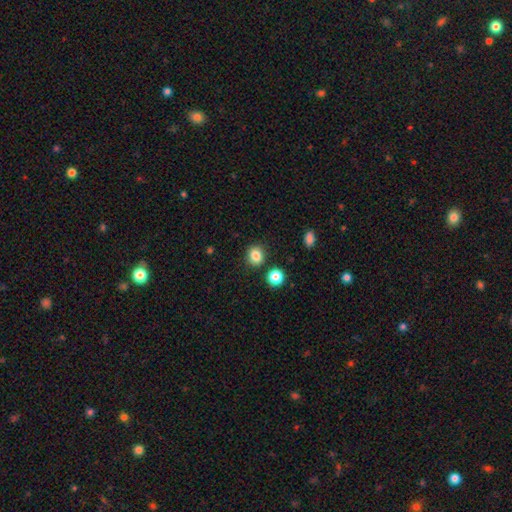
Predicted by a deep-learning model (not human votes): Smooth or featured? smooth (84%)
How rounded? round (71%)
Merging? none (83%)